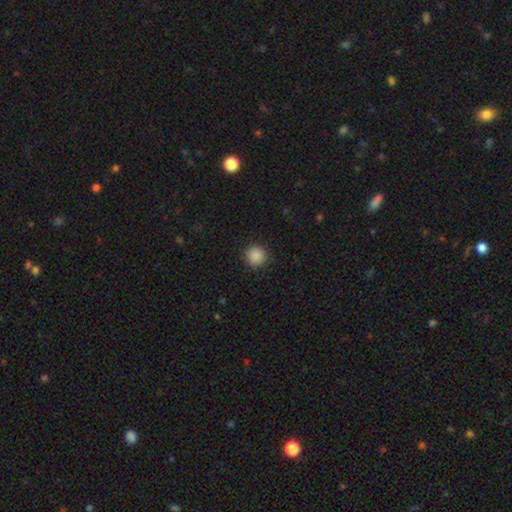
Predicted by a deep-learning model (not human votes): Smooth or featured: smooth — 88% (star or artifact — 9%)
How rounded: round — 95% (in between — 4%)
Merging: none — 91% (minor disturbance — 6%)